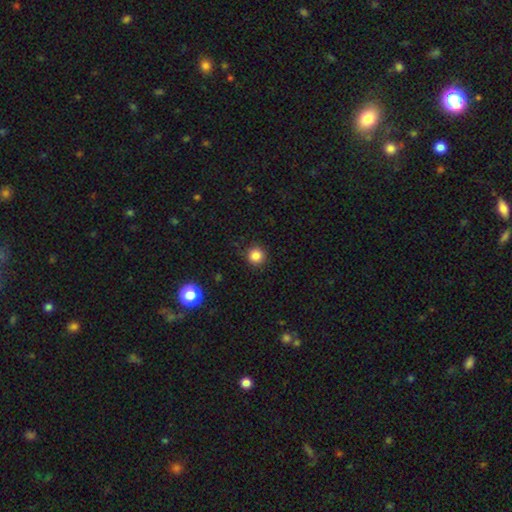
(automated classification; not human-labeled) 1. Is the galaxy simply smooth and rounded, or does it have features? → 84% smooth, 12% star or artifact, 4% featured or disk.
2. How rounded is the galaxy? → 94% round, 5% in between, 1% cigar-shaped.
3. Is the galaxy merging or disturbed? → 90% none, 7% minor disturbance, 2% major disturbance, 1% merger.